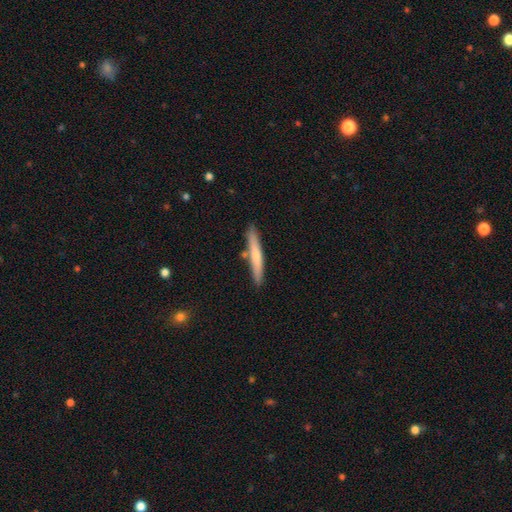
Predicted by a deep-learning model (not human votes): smooth-or-featured: smooth: 64% | featured or disk: 31% | star or artifact: 5%
  how-rounded: cigar-shaped: 94% | in between: 4% | round: 1%
  merging: none: 82% | minor disturbance: 11% | merger: 5% | major disturbance: 2%